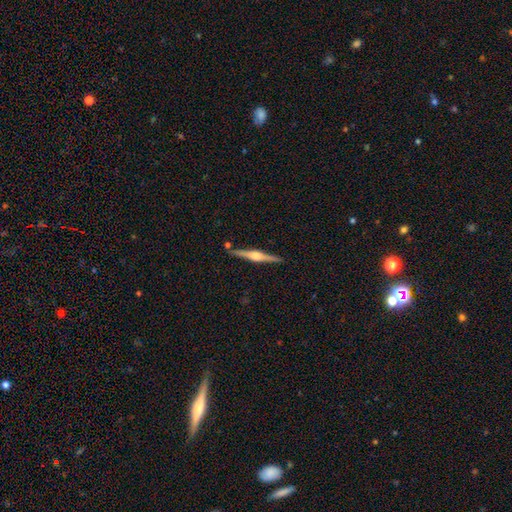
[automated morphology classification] This appears to be a featured or disk galaxy (83%) viewed edge-on (98%) with a rounded central bulge (86%). Merging: none (89%).